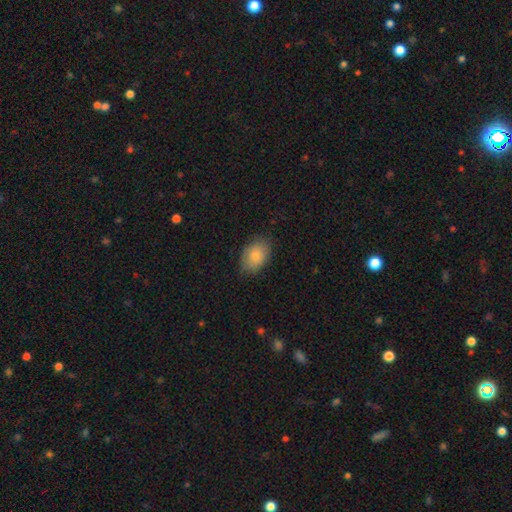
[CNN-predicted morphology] The model was most divided on "merging": none: 78%, minor disturbance: 17%, major disturbance: 4%, merger: 1%. More confident: how rounded — in between (85%); smooth or featured — smooth (83%).